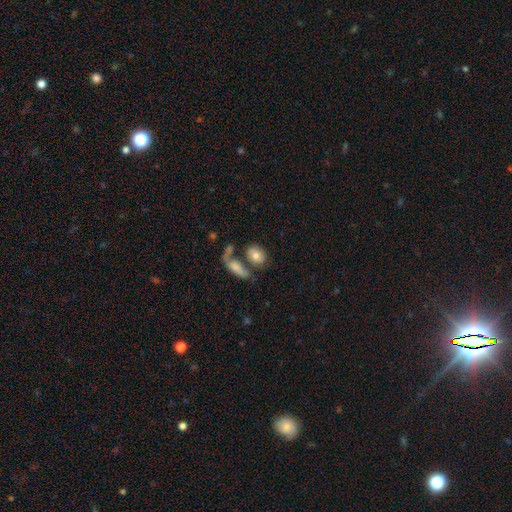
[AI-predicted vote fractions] This appears to be a smooth galaxy with no disk features (74%) that is in between round and cigar-shaped (69%). Merging: none (45%).